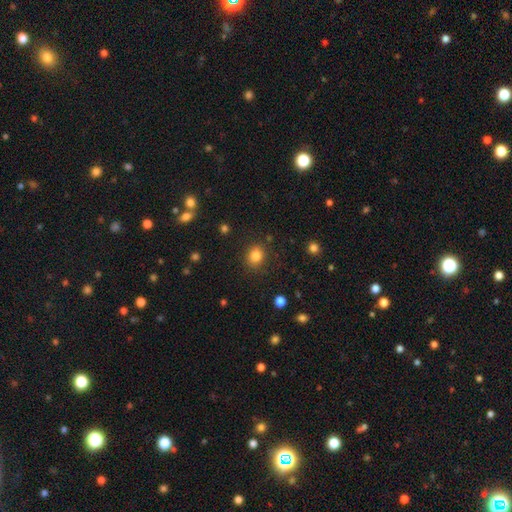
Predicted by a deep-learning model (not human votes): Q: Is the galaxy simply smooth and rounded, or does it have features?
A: smooth — 83%.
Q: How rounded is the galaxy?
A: round — 66%.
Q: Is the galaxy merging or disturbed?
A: none — 85%.